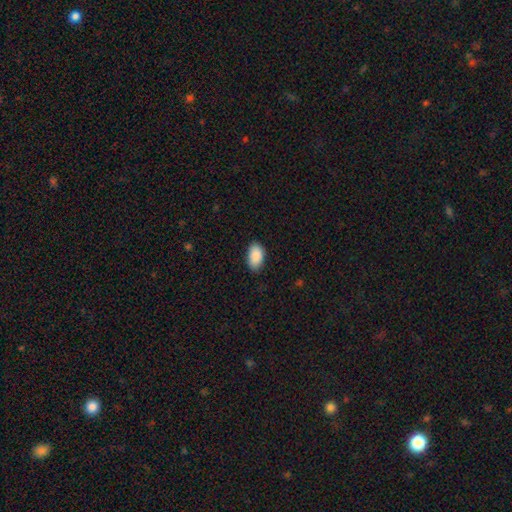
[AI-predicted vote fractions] Morphology: type=smooth (90%); roundness=in between (94%); merging=none (86%).